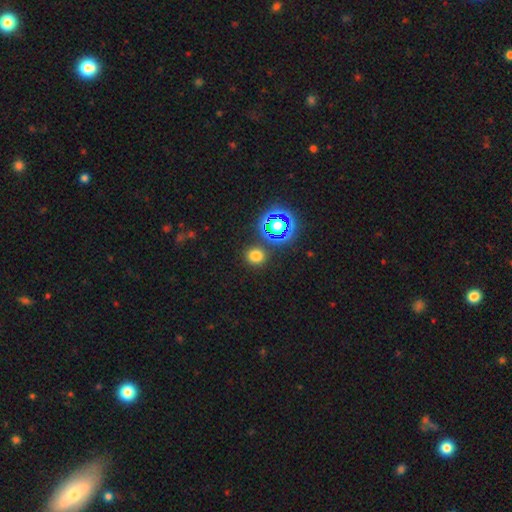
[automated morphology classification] type=smooth (70%); roundness=round (81%); merging=none (86%).